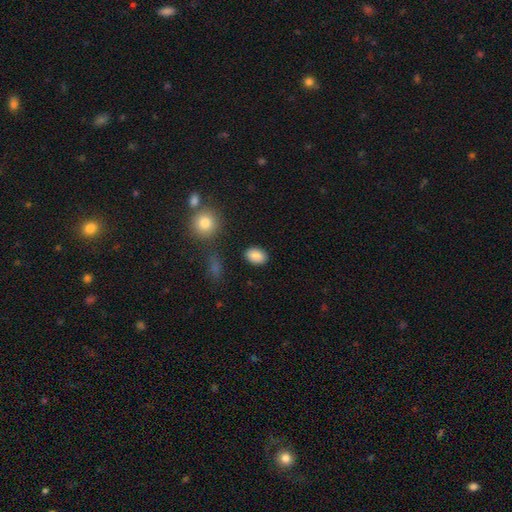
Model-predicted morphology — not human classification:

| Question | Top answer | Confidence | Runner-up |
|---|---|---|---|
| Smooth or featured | smooth | 87% | star or artifact (8%) |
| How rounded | in between | 82% | round (17%) |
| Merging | none | 88% | minor disturbance (8%) |